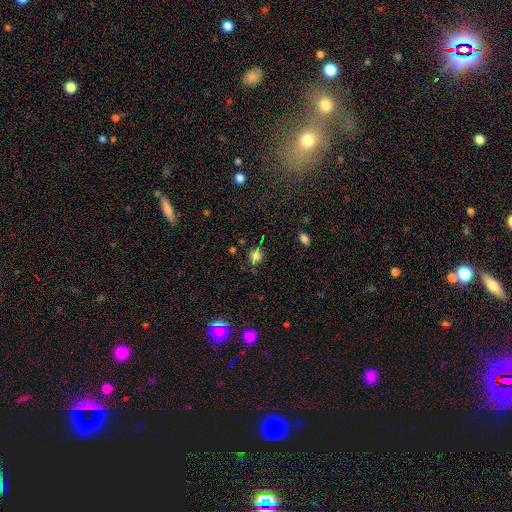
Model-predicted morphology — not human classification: A smooth galaxy with no disk features (74%) that is round (68%).

Vote fractions:
- Smooth or featured? smooth: 74% / star or artifact: 18% / featured or disk: 8%
- How rounded? round: 68% / in between: 30% / cigar-shaped: 2%
- Merging? none: 72% / minor disturbance: 20% / major disturbance: 5% / merger: 3%